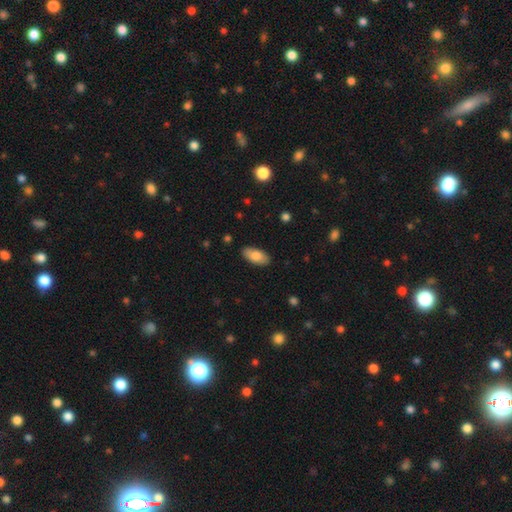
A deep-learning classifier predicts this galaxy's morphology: A smooth galaxy with no disk features (81%) that is in between round and cigar-shaped (92%).

Vote fractions:
- Smooth or featured? smooth: 81% / featured or disk: 13% / star or artifact: 6%
- How rounded? in between: 92% / cigar-shaped: 6% / round: 2%
- Merging? none: 87% / minor disturbance: 10% / major disturbance: 2% / merger: 1%